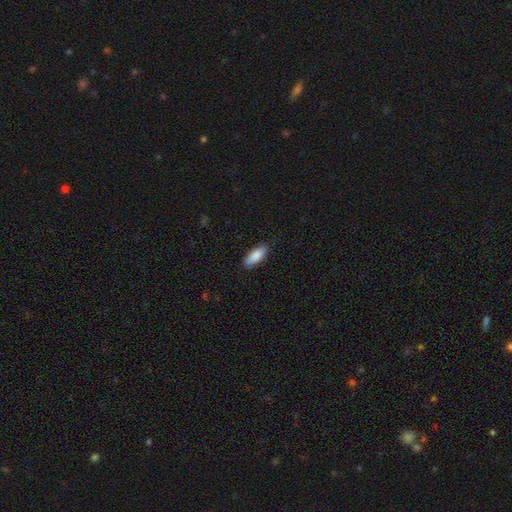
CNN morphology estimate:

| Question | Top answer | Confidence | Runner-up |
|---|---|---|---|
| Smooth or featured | smooth | 87% | featured or disk (8%) |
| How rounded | in between | 75% | cigar-shaped (23%) |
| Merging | none | 85% | minor disturbance (12%) |